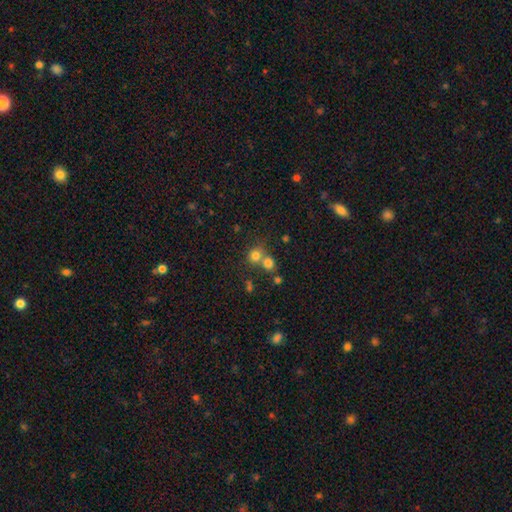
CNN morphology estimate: smooth_or_featured: smooth (p=0.75) [alt: star or artifact p=0.16]
how_rounded: round (p=0.84) [alt: in between p=0.15]
merging: none (p=0.48) [alt: merger p=0.42]